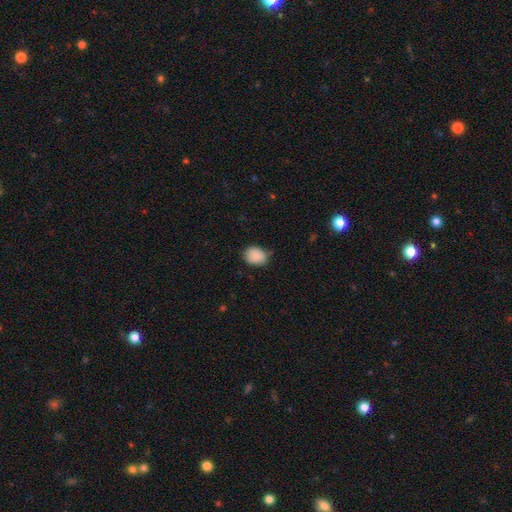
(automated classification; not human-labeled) A smooth galaxy with no disk features (88%) that is in between round and cigar-shaped (57%).

Vote fractions:
- Smooth or featured? smooth: 88% / star or artifact: 7% / featured or disk: 4%
- How rounded? in between: 57% / round: 43% / cigar-shaped: 1%
- Merging? none: 72% / minor disturbance: 23% / major disturbance: 4% / merger: 1%